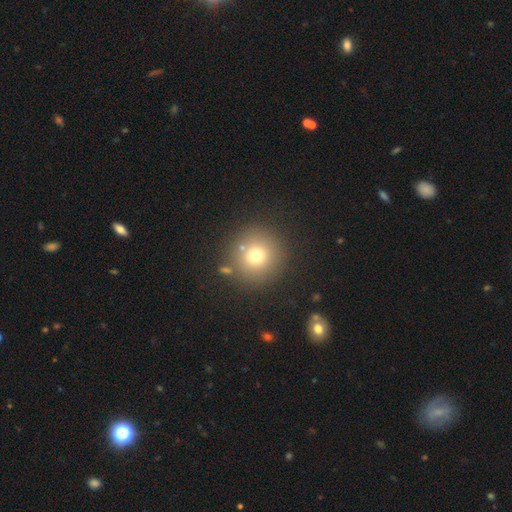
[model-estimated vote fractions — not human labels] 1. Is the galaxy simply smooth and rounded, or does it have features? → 72% smooth, 16% star or artifact, 12% featured or disk.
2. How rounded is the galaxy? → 95% round, 5% in between, 1% cigar-shaped.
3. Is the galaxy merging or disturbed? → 83% none, 7% minor disturbance, 6% merger, 3% major disturbance.